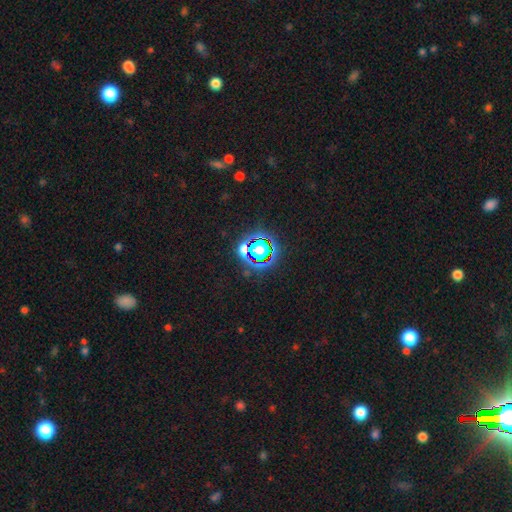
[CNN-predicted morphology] This appears to be a star or artifact, not a galaxy (79%).